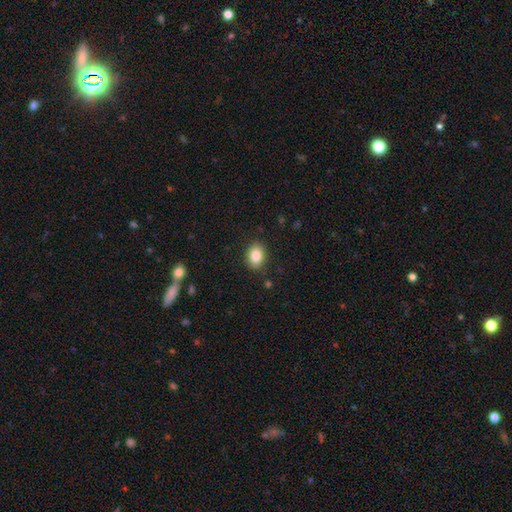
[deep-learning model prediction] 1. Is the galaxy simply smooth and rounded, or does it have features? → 86% smooth, 8% star or artifact, 5% featured or disk.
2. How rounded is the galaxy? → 71% in between, 28% round, 1% cigar-shaped.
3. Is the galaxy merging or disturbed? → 86% none, 10% minor disturbance, 3% major disturbance, 1% merger.